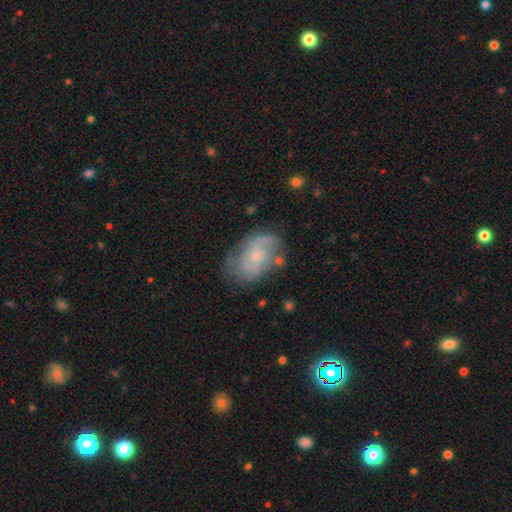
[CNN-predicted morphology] A featured or disk galaxy (63%) with no bar (69%), spiral arms (81%) and a small central bulge (50%). Merging: none (62%).